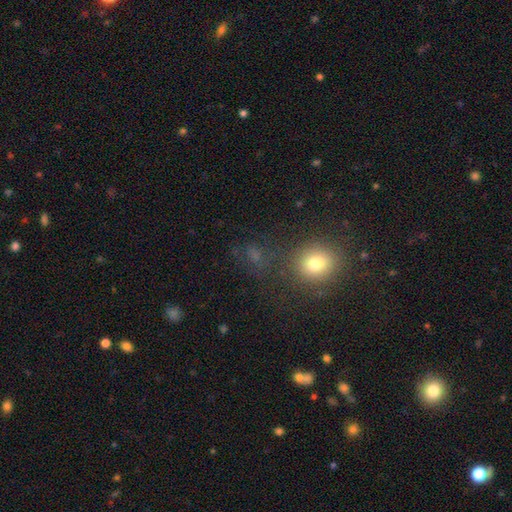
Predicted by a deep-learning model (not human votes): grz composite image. It shows a smooth galaxy with no disk features (53%) that is round (69%). Merging: none (75%).